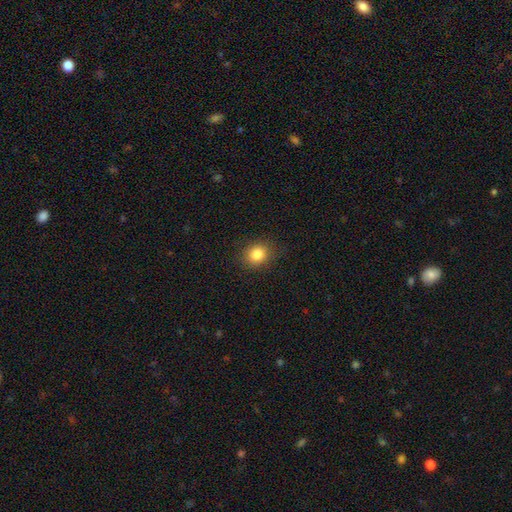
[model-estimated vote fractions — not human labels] smooth-or-featured: smooth: 84% | star or artifact: 11% | featured or disk: 5%
  how-rounded: round: 73% | in between: 26% | cigar-shaped: 1%
  merging: none: 89% | minor disturbance: 8% | major disturbance: 2% | merger: 1%